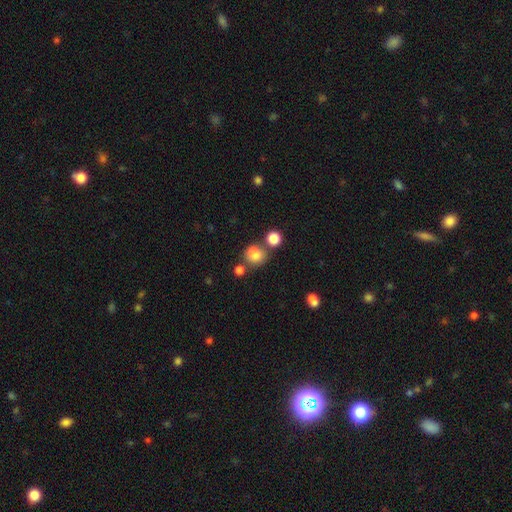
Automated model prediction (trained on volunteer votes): smooth-or-featured: smooth: 72% | star or artifact: 14% | featured or disk: 14%
  how-rounded: round: 71% | in between: 28% | cigar-shaped: 1%
  merging: none: 46% | merger: 35% | minor disturbance: 12% | major disturbance: 6%